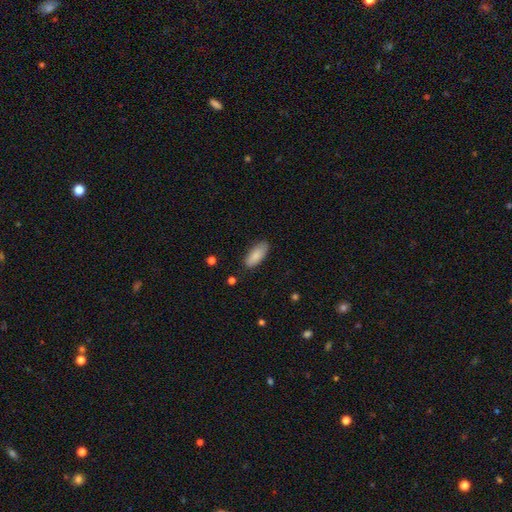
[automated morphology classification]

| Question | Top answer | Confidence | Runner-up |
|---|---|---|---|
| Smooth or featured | smooth | 86% | featured or disk (7%) |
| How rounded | in between | 83% | cigar-shaped (16%) |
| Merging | none | 84% | minor disturbance (13%) |